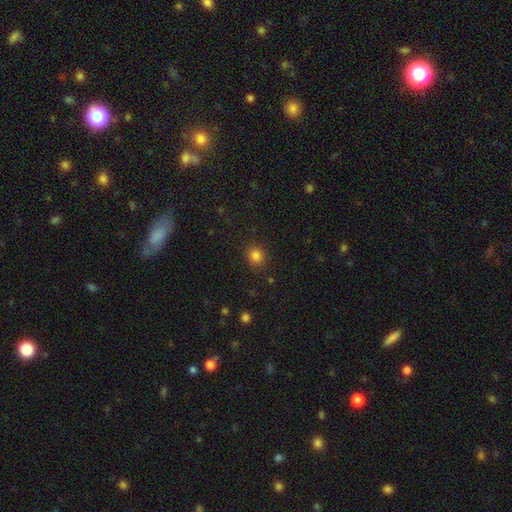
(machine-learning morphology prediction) type=smooth (82%); roundness=round (76%); merging=none (88%).